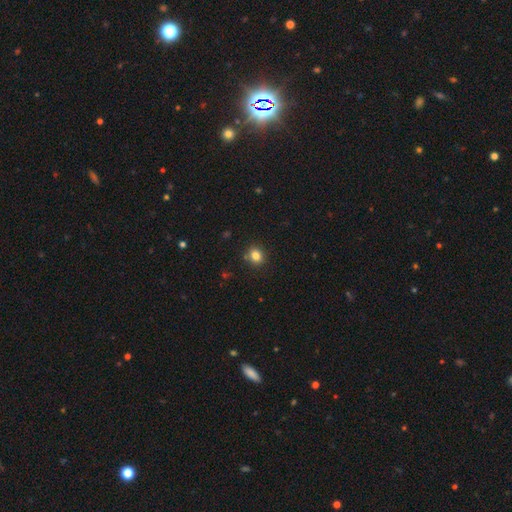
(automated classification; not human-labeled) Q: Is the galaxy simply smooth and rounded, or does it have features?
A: smooth — 83%.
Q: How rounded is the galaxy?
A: round — 74%.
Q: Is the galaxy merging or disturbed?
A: none — 86%.